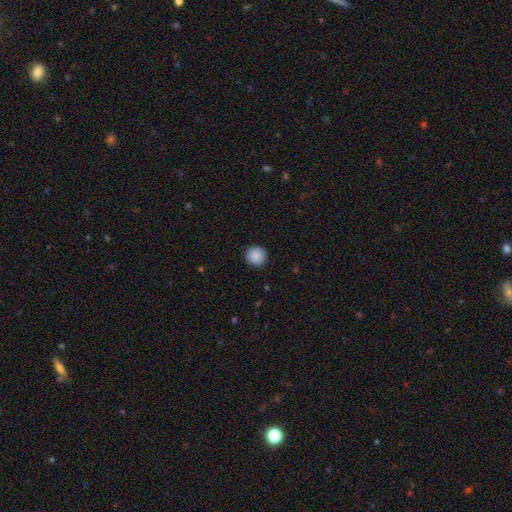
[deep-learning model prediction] Smooth or featured? smooth (88%)
How rounded? round (95%)
Merging? none (92%)